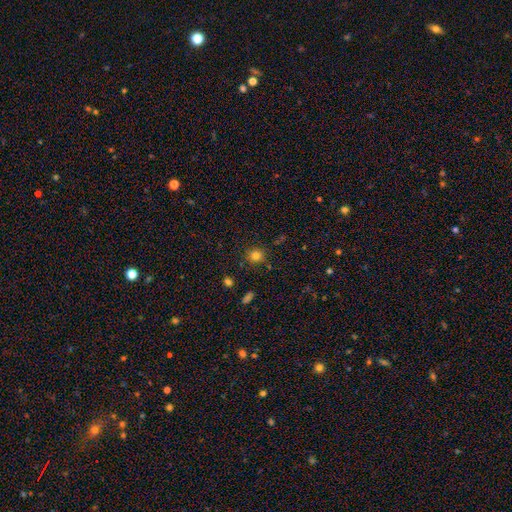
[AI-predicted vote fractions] Smooth or featured? smooth (80%)
How rounded? round (85%)
Merging? none (86%)